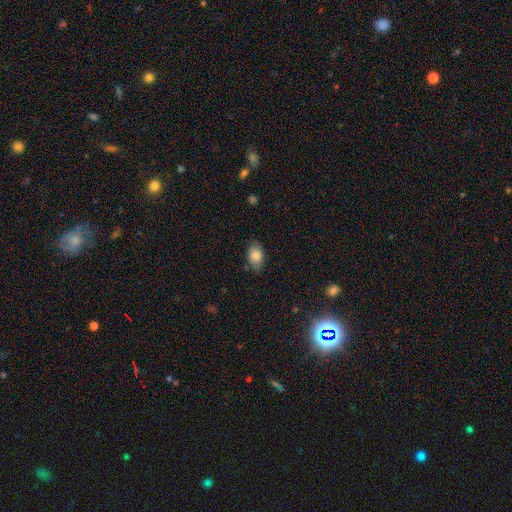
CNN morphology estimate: smooth 83%, featured or disk 9%, star or artifact 8%. Down the decision tree: how rounded — in between (84%); merging — none (76%).